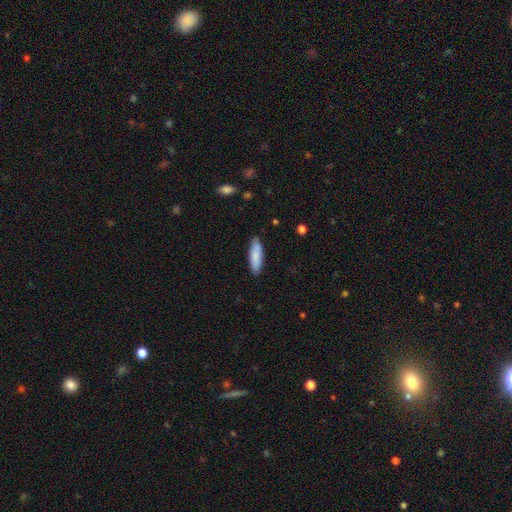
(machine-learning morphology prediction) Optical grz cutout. It shows a smooth galaxy with no disk features (86%) that is cigar-shaped (59%). Merging: none (86%).